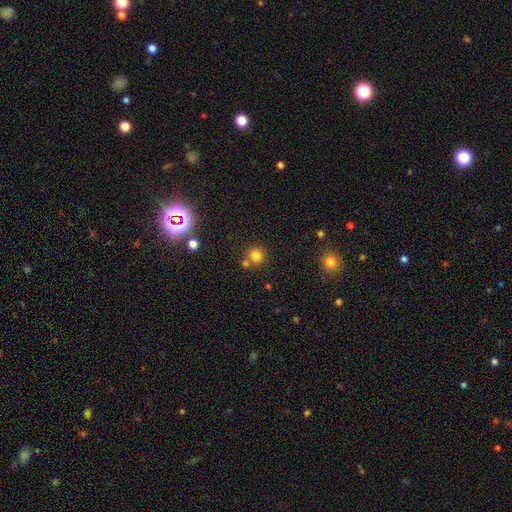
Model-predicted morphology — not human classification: smooth 78%, star or artifact 15%, featured or disk 7%. Down the decision tree: how rounded — round (91%); merging — none (71%).